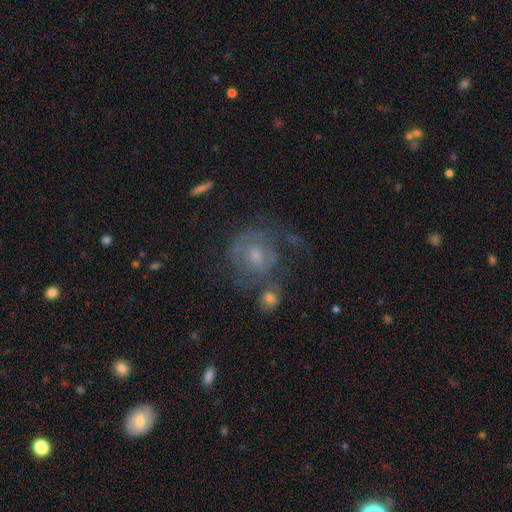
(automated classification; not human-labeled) This is likely a featured or disk galaxy (63%). It is clearly not viewed edge-on (97%). Bar: likely no (64%). Spiral arm pattern: likely yes (76%). Central bulge: possibly moderate (47%). Merging: possibly none (50%).